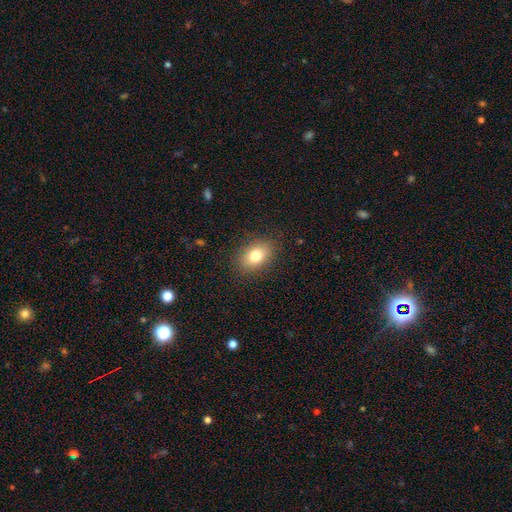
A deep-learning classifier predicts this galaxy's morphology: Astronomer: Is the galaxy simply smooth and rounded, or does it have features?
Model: smooth — 80%.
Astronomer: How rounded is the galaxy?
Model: in between — 79%.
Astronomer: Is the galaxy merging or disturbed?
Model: none — 86%.